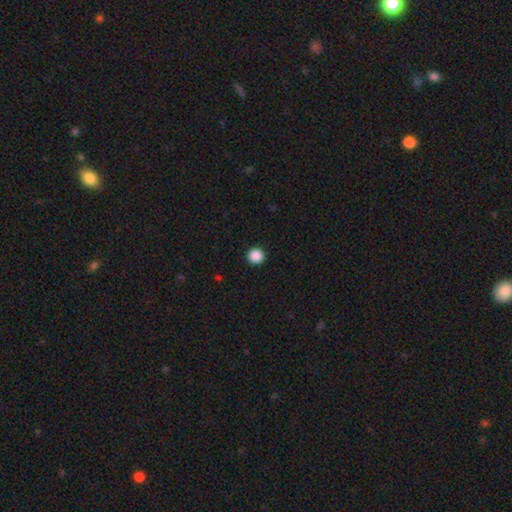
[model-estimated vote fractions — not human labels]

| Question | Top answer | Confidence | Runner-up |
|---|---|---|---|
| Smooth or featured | smooth | 89% | star or artifact (9%) |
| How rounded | round | 93% | in between (6%) |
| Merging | none | 93% | minor disturbance (4%) |